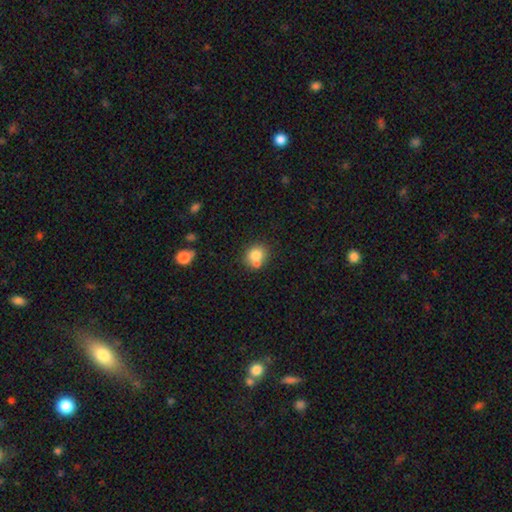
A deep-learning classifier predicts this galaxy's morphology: Smooth or featured?
  - smooth: 78% *
  - featured or disk: 11%
  - star or artifact: 10%
How rounded?
  - round: 75% *
  - in between: 24%
  - cigar-shaped: 1%
Merging?
  - none: 54% *
  - merger: 31%
  - minor disturbance: 12%
  - major disturbance: 4%